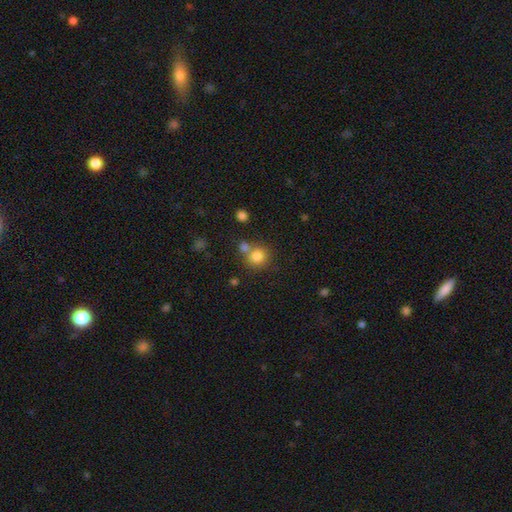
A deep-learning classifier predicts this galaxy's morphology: Smooth or featured: smooth — 81% (star or artifact — 12%)
How rounded: round — 89% (in between — 10%)
Merging: none — 61% (merger — 28%)